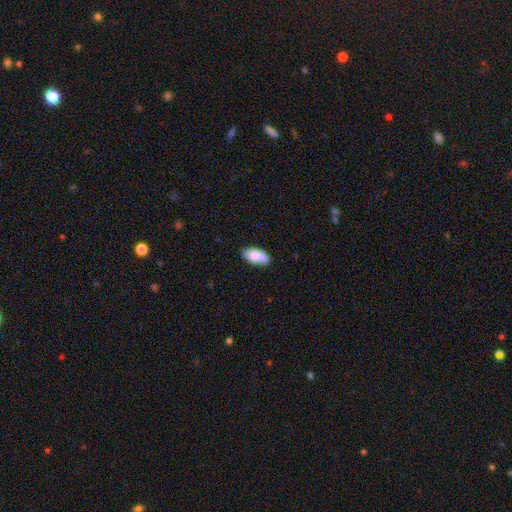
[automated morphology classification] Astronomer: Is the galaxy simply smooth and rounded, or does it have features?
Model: smooth — 81%.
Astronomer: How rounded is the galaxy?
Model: in between — 93%.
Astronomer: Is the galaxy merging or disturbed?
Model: none — 76%.